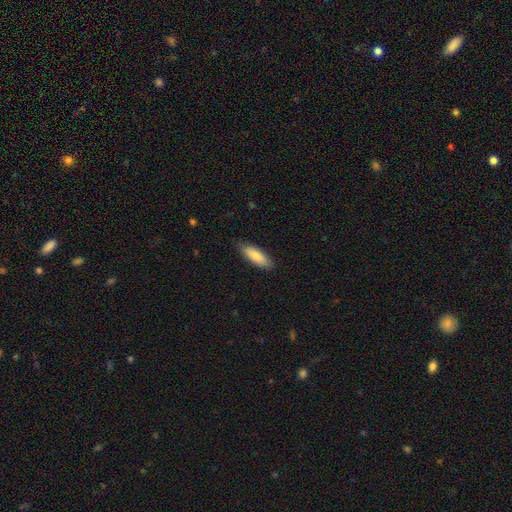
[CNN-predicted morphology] Smooth or featured? smooth (82%)
How rounded? in between (57%)
Merging? none (86%)